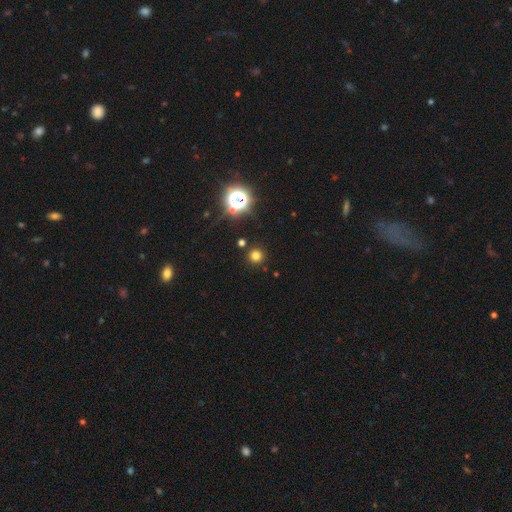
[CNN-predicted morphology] Overall: smooth (72%). How rounded: round (95%). Merging: none (90%).